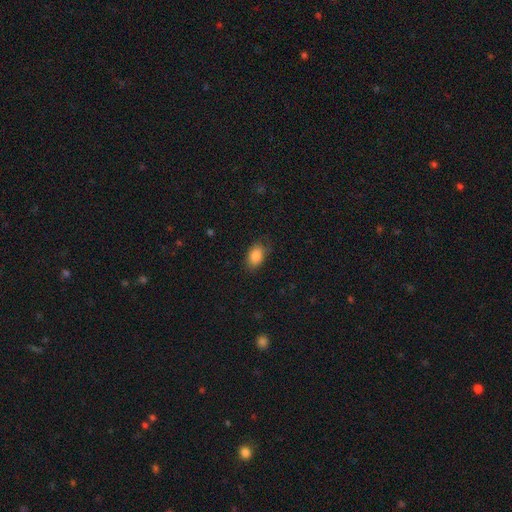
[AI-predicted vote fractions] Smooth or featured: smooth — 87% (star or artifact — 8%)
How rounded: in between — 87% (round — 11%)
Merging: none — 77% (minor disturbance — 17%)